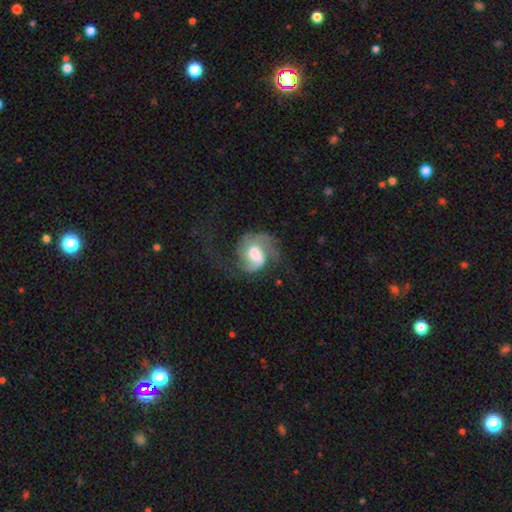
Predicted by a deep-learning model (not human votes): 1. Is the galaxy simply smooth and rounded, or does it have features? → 75% featured or disk, 18% smooth, 7% star or artifact.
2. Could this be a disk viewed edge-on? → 98% no, 2% yes.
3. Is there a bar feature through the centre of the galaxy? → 50% weak, 33% no, 17% strong.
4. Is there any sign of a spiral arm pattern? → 93% yes, 7% no.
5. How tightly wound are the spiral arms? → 46% medium, 38% loose, 16% tight.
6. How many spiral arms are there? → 69% 2, 16% 1, 8% can't tell, 4% 3, 2% 4, 2% more than 4.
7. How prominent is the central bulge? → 45% moderate, 36% large, 10% small, 5% none, 4% dominant.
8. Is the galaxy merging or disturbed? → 45% none, 34% major disturbance, 19% minor disturbance, 2% merger.